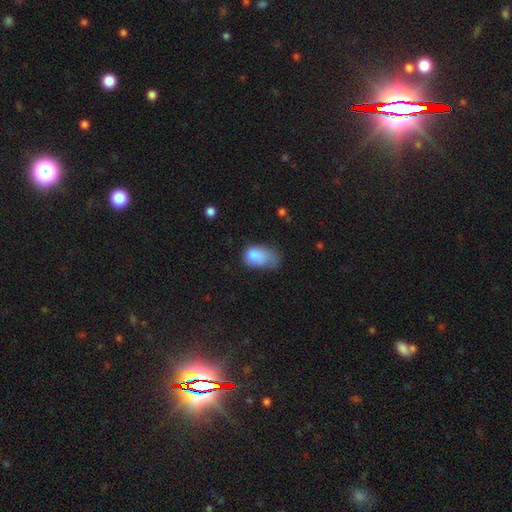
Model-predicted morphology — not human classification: smooth 78%, featured or disk 14%, star or artifact 8%. Down the decision tree: how rounded — in between (83%); merging — major disturbance (41%).